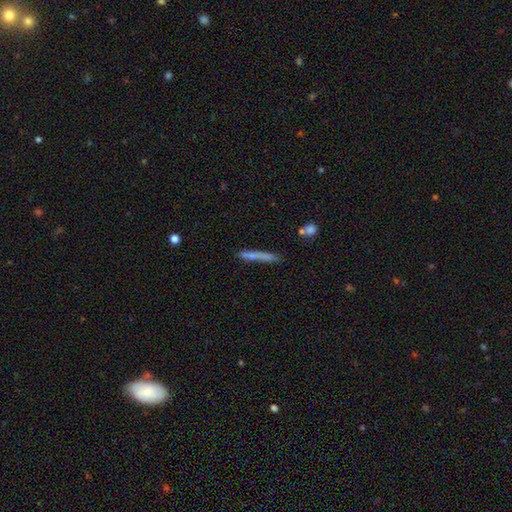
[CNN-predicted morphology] This is likely a smooth galaxy (63%). How rounded: clearly cigar-shaped (95%). Merging: likely none (78%).